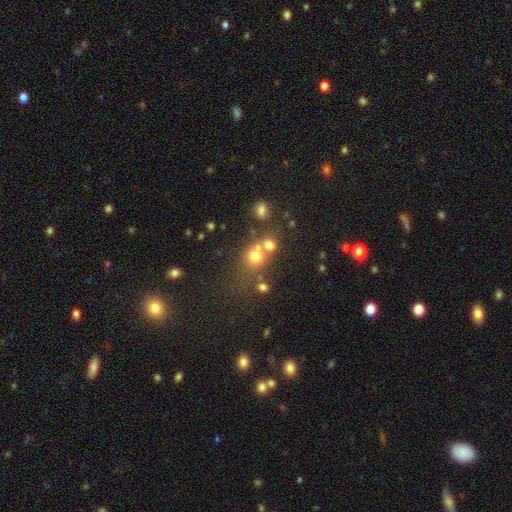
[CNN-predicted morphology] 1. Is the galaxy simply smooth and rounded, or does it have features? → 64% smooth, 21% star or artifact, 15% featured or disk.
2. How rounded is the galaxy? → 79% round, 20% in between, 1% cigar-shaped.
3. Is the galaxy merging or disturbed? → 45% none, 41% merger, 9% minor disturbance, 5% major disturbance.